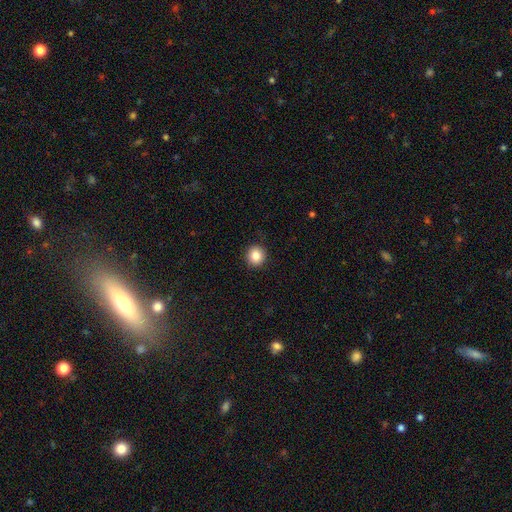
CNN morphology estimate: Overall: smooth (86%). How rounded: round (88%). Merging: none (91%).